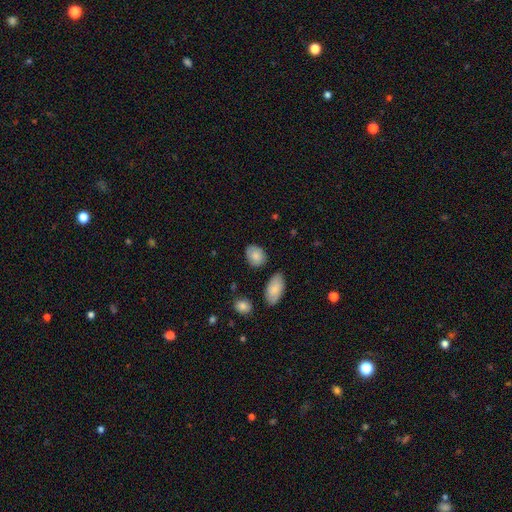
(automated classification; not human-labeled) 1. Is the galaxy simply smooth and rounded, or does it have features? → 80% smooth, 13% featured or disk, 7% star or artifact.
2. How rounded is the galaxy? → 64% in between, 35% round, 1% cigar-shaped.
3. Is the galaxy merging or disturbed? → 73% none, 19% minor disturbance, 4% major disturbance, 4% merger.